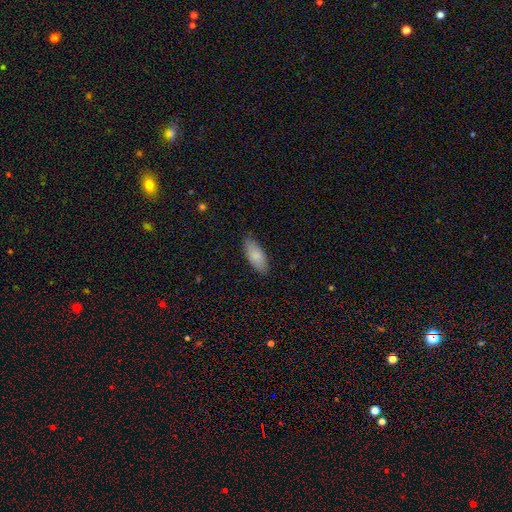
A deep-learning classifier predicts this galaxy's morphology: Smooth or featured: smooth — 85% (featured or disk — 10%)
How rounded: in between — 80% (cigar-shaped — 18%)
Merging: none — 82% (minor disturbance — 14%)